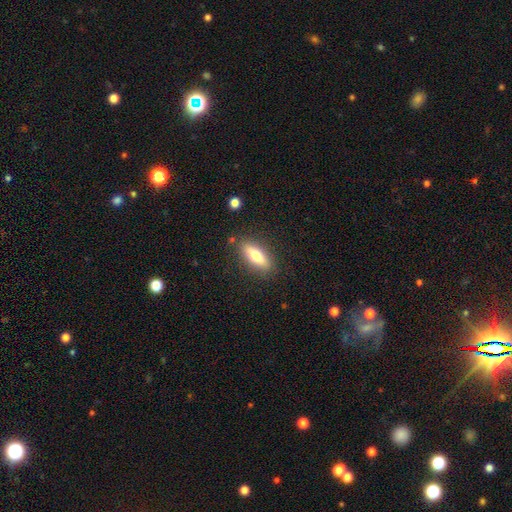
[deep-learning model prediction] This appears to be a smooth galaxy with no disk features (66%) that is in between round and cigar-shaped (60%). Merging: none (85%).